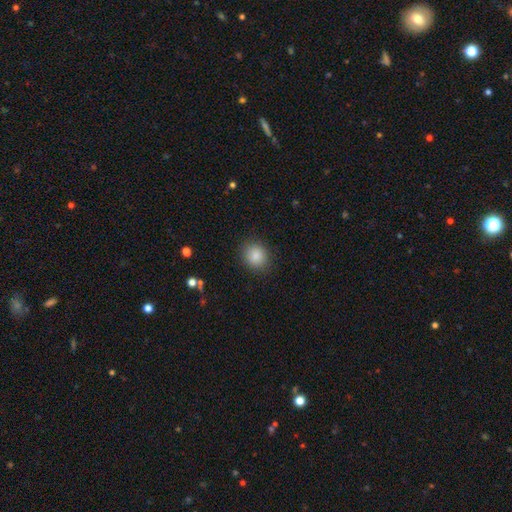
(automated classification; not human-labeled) A smooth galaxy with no disk features (87%) that is round (72%). Merging: none (87%).